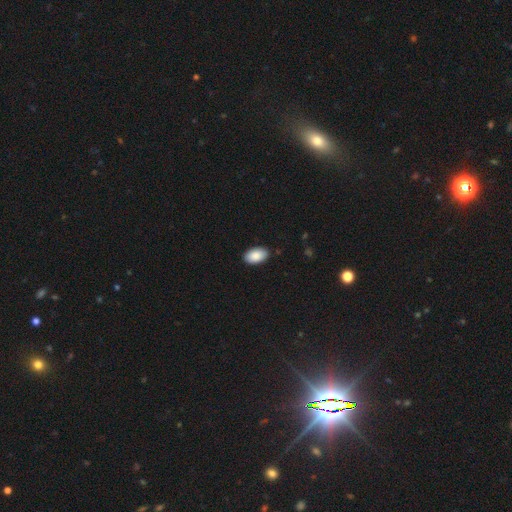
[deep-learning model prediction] Smooth or featured? Predicted: smooth (p=0.90). How rounded? Predicted: in between (p=0.94). Merging? Predicted: none (p=0.89).